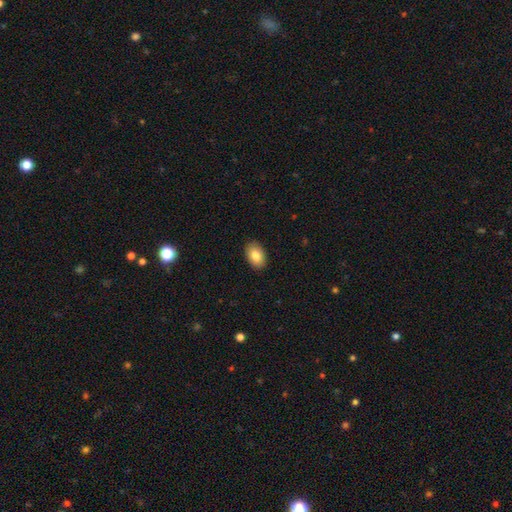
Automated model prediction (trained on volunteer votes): smooth_or_featured: smooth (p=0.84) [alt: featured or disk p=0.09]
how_rounded: in between (p=0.89) [alt: round p=0.10]
merging: none (p=0.89) [alt: minor disturbance p=0.08]